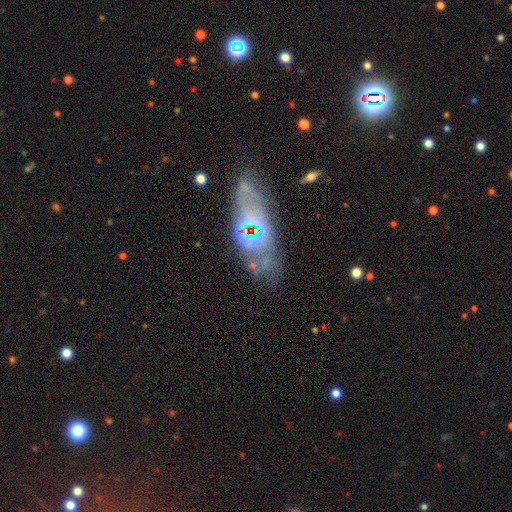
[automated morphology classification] Smooth or featured?
  - featured or disk: 65% *
  - smooth: 20%
  - star or artifact: 15%
Edge-on disk?
  - no: 72% *
  - yes: 28%
Merging?
  - none: 74% *
  - minor disturbance: 15%
  - major disturbance: 7%
  - merger: 4%